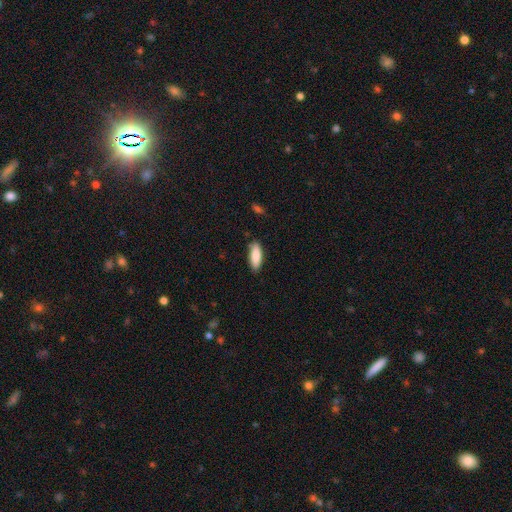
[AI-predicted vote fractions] smooth 88%, featured or disk 6%, star or artifact 6%. Down the decision tree: how rounded — in between (69%); merging — none (83%).